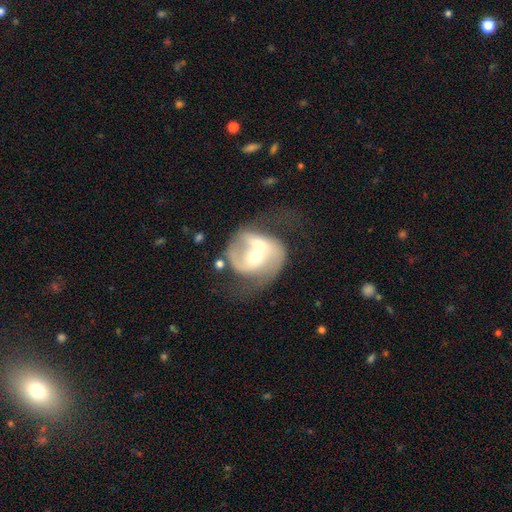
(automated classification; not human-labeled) Q: Smooth or featured?
A: featured or disk (79%); runner-up: smooth (15%)
Q: Edge-on disk?
A: no (98%); runner-up: yes (2%)
Q: Bar?
A: no (58%); runner-up: weak (30%)
Q: Spiral arms?
A: yes (88%); runner-up: no (12%)
Q: Spiral winding?
A: medium (46%); runner-up: loose (35%)
Q: Spiral arm count?
A: 2 (75%); runner-up: 1 (11%)
Q: Bulge size?
A: moderate (59%); runner-up: small (33%)
Q: Merging?
A: merger (38%); runner-up: none (31%)